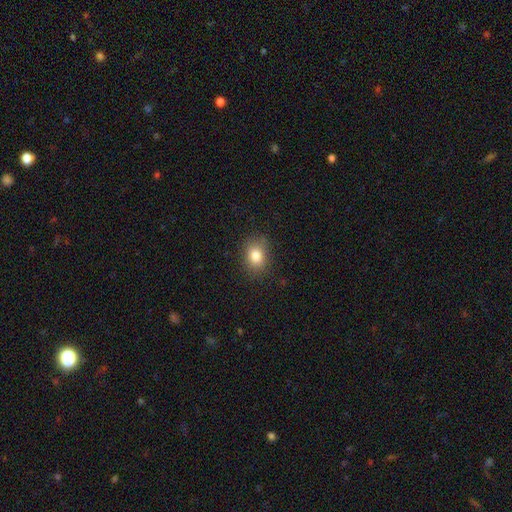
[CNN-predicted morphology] This is clearly a smooth galaxy (82%). How rounded: possibly in between (58%). Merging: clearly none (84%).